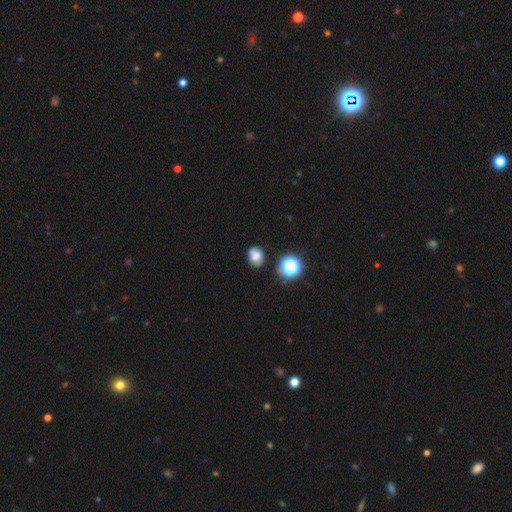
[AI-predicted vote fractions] smooth-or-featured: smooth: 69% | star or artifact: 17% | featured or disk: 14%
  how-rounded: in between: 52% | round: 47% | cigar-shaped: 1%
  merging: none: 70% | minor disturbance: 19% | major disturbance: 6% | merger: 5%